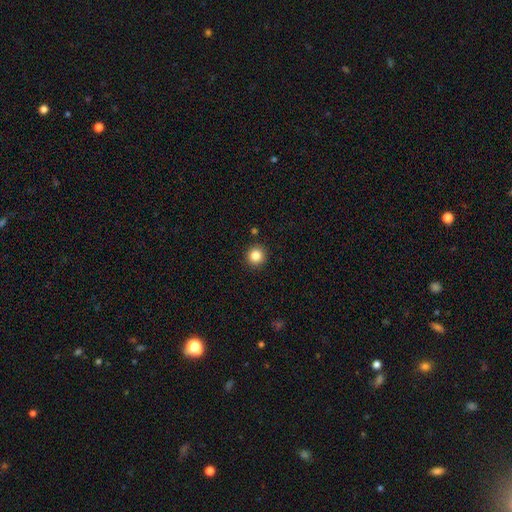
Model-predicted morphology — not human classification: A smooth galaxy with no disk features (85%) that is round (94%). Merging: none (92%).